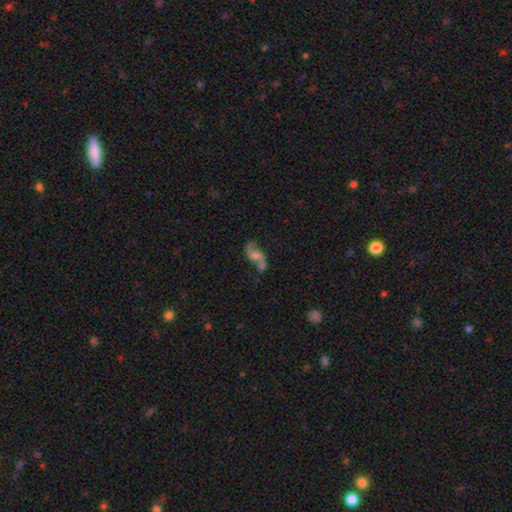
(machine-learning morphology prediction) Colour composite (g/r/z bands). It shows a featured or disk galaxy (78%) with no bar (59%), 2 (91%) loose (72%) spiral arms (92%) and a moderate central bulge (50%). Merging: none (55%).